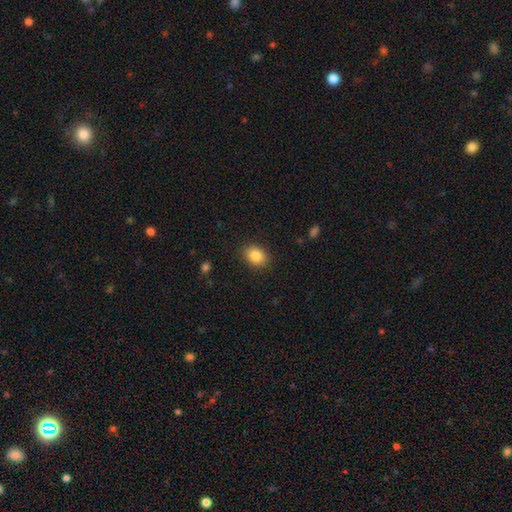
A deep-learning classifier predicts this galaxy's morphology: The model was most divided on "how rounded": in between: 61%, round: 38%, cigar-shaped: 1%. More confident: merging — none (88%); smooth or featured — smooth (86%).